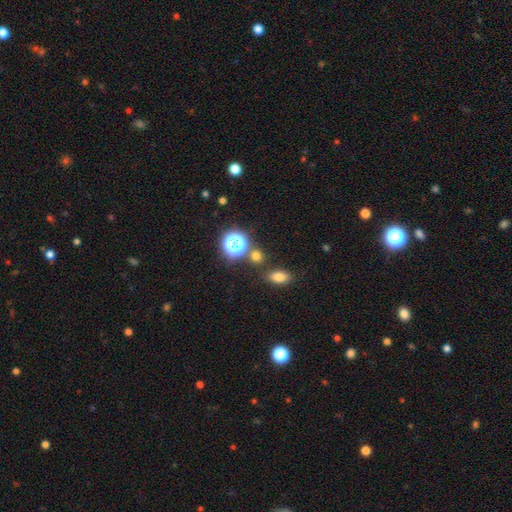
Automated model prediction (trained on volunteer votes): A smooth galaxy with no disk features (60%) that is round (71%). Merging: none (75%).